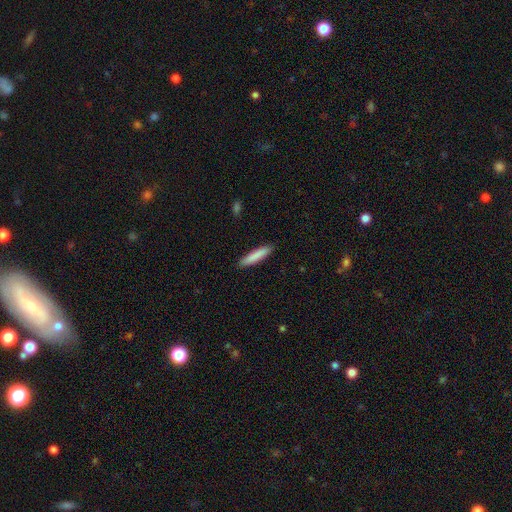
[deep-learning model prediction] smooth 85%, featured or disk 10%, star or artifact 6%. Down the decision tree: how rounded — cigar-shaped (88%); merging — none (90%).